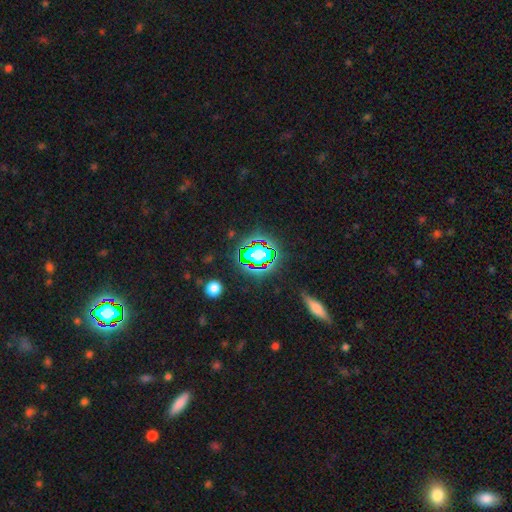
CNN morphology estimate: Q: Smooth or featured?
A: star or artifact (74%); runner-up: smooth (16%)